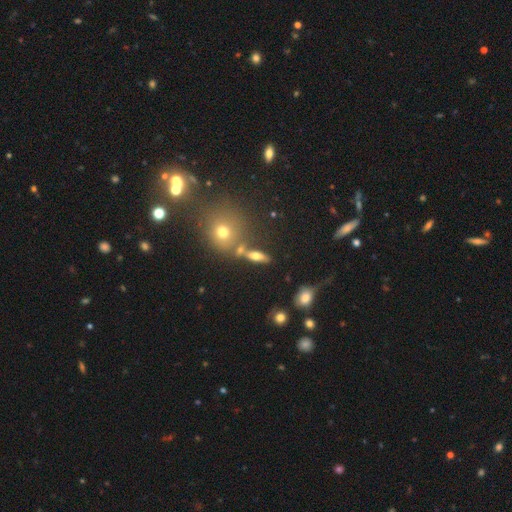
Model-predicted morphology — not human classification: A smooth galaxy with no disk features (52%) that is in between round and cigar-shaped (48%). Merging: none (67%).